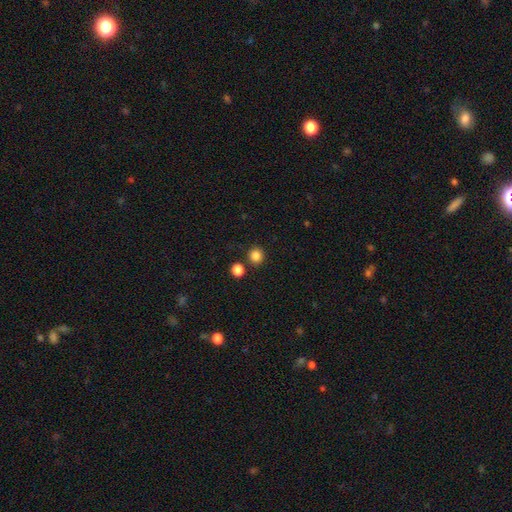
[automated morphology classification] Q: Smooth or featured?
A: smooth (85%); runner-up: star or artifact (12%)
Q: How rounded?
A: round (91%); runner-up: in between (8%)
Q: Merging?
A: none (84%); runner-up: merger (7%)